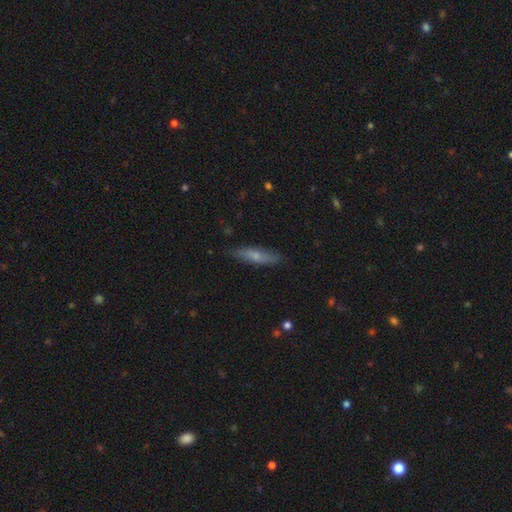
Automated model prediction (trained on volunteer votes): This appears to be a smooth galaxy with no disk features (62%) that is cigar-shaped (76%). Merging: none (85%).